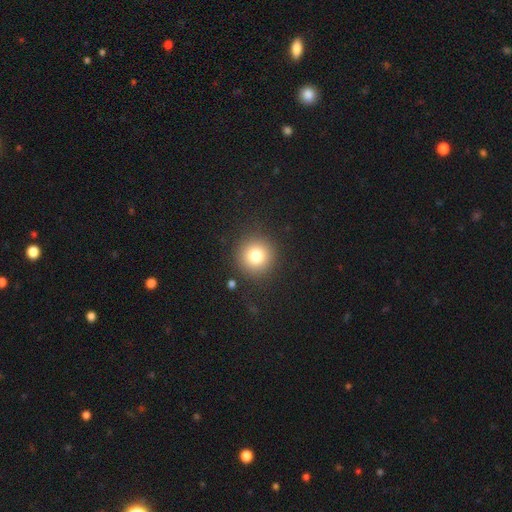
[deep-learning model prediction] Smooth or featured? smooth (79%)
How rounded? round (95%)
Merging? none (89%)